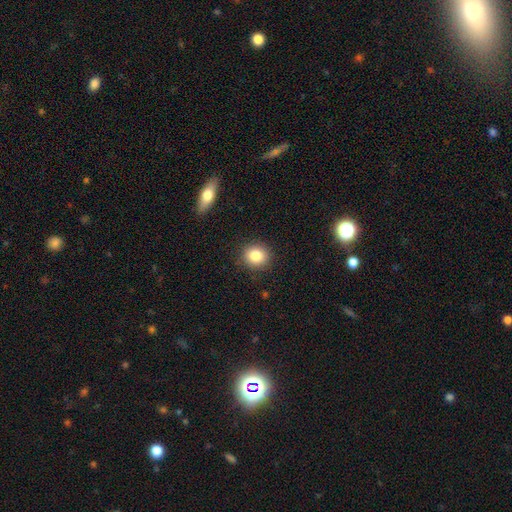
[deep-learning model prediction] The model was most divided on "how rounded": round: 83%, in between: 16%, cigar-shaped: 1%. More confident: merging — none (90%); smooth or featured — smooth (83%).